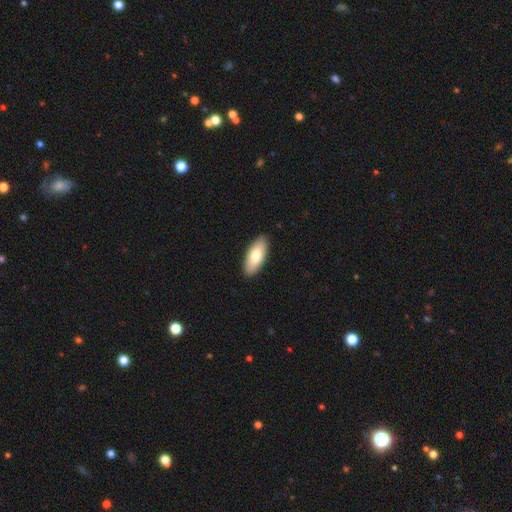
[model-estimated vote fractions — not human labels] This is likely a smooth galaxy (77%). How rounded: clearly in between (87%). Merging: clearly none (90%).